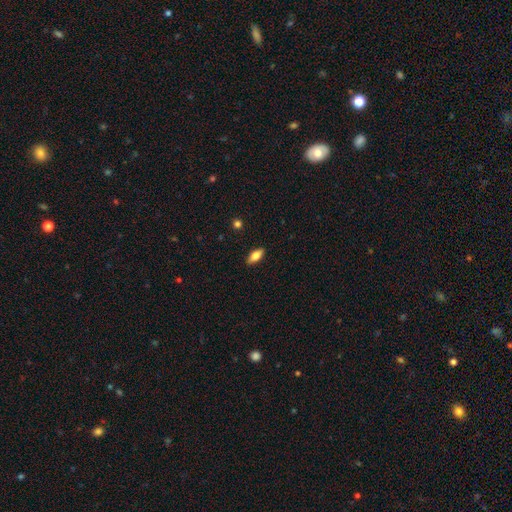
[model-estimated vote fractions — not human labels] smooth 75%, featured or disk 18%, star or artifact 7%. Down the decision tree: how rounded — in between (80%); merging — none (88%).